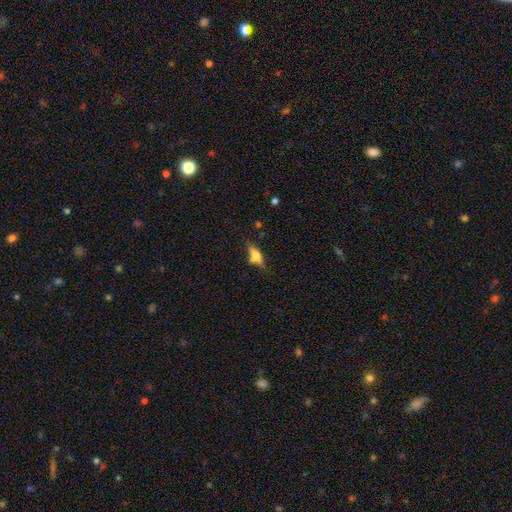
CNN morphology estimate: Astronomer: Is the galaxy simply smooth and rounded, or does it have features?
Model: smooth — 62%.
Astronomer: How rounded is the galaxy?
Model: in between — 55% (runner-up: cigar-shaped, 41%).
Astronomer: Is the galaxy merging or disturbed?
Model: none — 61%.